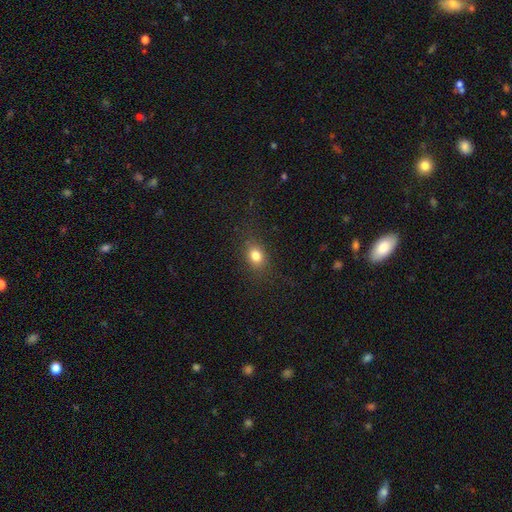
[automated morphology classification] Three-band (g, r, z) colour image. It shows a smooth galaxy with no disk features (79%) that is in between round and cigar-shaped (54%). Merging: none (82%).